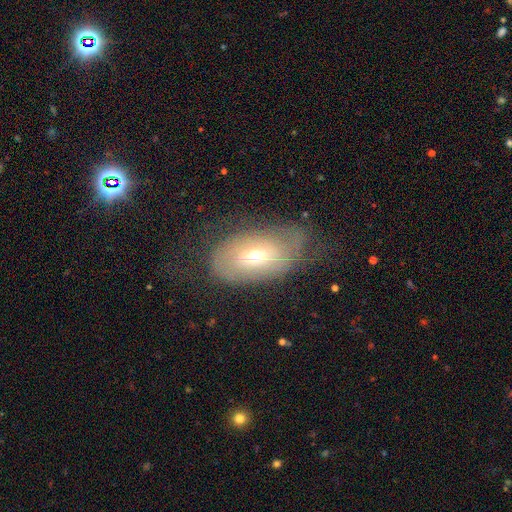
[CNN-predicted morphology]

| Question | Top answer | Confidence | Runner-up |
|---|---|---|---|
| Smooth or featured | featured or disk | 50% | smooth (39%) |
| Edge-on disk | no | 90% | yes (10%) |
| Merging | none | 54% | minor disturbance (27%) |